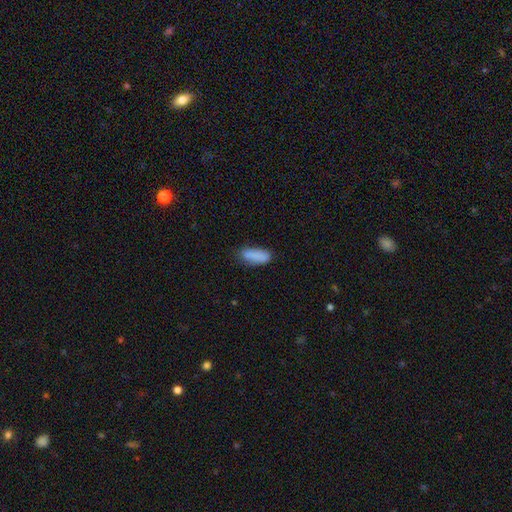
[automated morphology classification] smooth_or_featured: smooth (p=0.86) [alt: star or artifact p=0.07]
how_rounded: in between (p=0.68) [alt: cigar-shaped p=0.30]
merging: none (p=0.69) [alt: minor disturbance p=0.23]